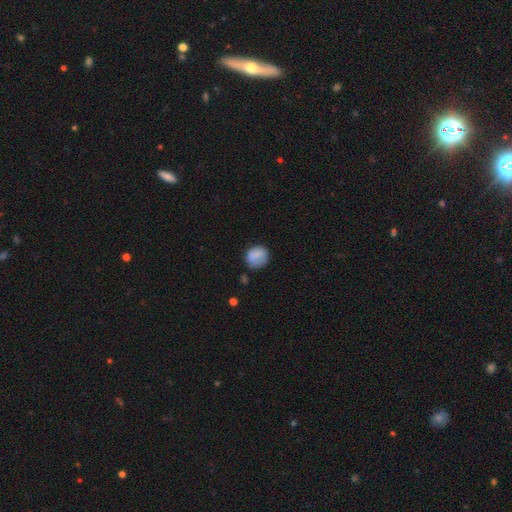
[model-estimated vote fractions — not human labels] A smooth galaxy with no disk features (80%) that is round (78%). Merging: none (67%).